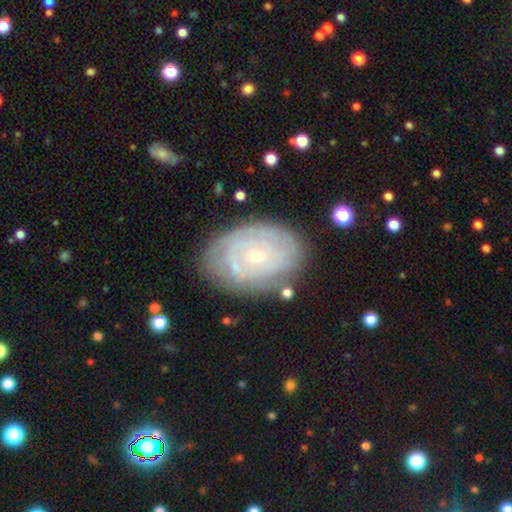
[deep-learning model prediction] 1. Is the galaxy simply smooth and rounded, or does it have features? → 78% featured or disk, 15% smooth, 6% star or artifact.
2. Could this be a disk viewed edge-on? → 96% no, 4% yes.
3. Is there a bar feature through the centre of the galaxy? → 76% no, 20% weak, 4% strong.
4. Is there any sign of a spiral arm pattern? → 90% yes, 10% no.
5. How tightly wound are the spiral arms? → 79% tight, 16% medium, 4% loose.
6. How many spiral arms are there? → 45% can't tell, 22% 2, 13% 3, 9% 4, 5% more than 4, 5% 1.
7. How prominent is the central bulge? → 76% small, 20% moderate, 2% none, 1% large, 1% dominant.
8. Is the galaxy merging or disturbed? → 77% none, 16% minor disturbance, 5% major disturbance, 2% merger.